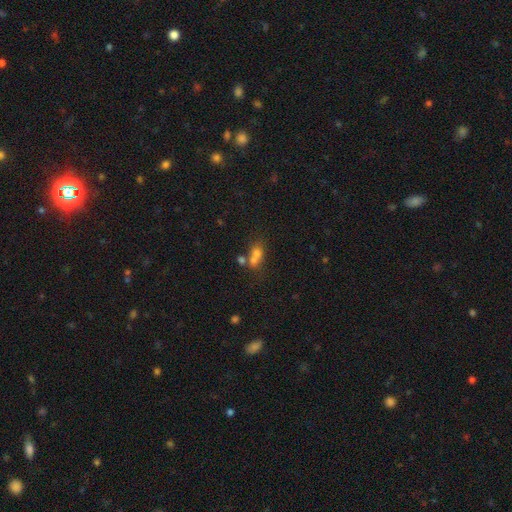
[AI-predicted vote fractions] A smooth galaxy with no disk features (67%) that is in between round and cigar-shaped (58%).

Vote fractions:
- Smooth or featured? smooth: 67% / featured or disk: 17% / star or artifact: 16%
- How rounded? in between: 58% / round: 38% / cigar-shaped: 4%
- Merging? merger: 54% / none: 30% / minor disturbance: 9% / major disturbance: 6%